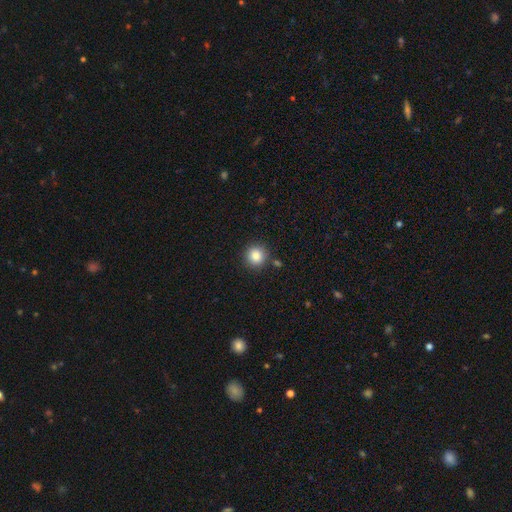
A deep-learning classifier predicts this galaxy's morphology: smooth_or_featured: smooth (p=0.86) [alt: star or artifact p=0.10]
how_rounded: round (p=0.93) [alt: in between p=0.07]
merging: none (p=0.86) [alt: minor disturbance p=0.07]